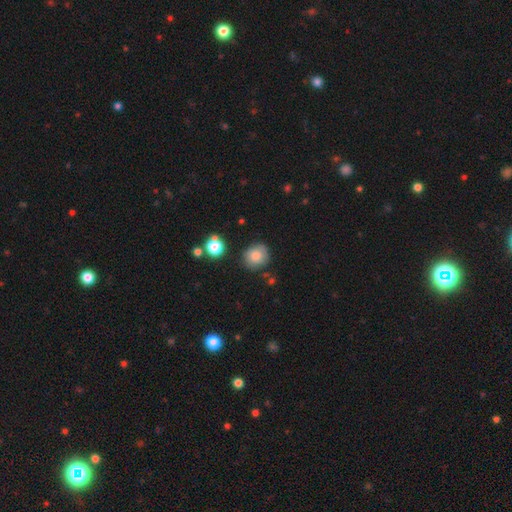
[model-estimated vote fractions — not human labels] smooth-or-featured: smooth: 79% | featured or disk: 11% | star or artifact: 10%
  how-rounded: round: 83% | in between: 16% | cigar-shaped: 1%
  merging: none: 77% | minor disturbance: 16% | major disturbance: 4% | merger: 3%